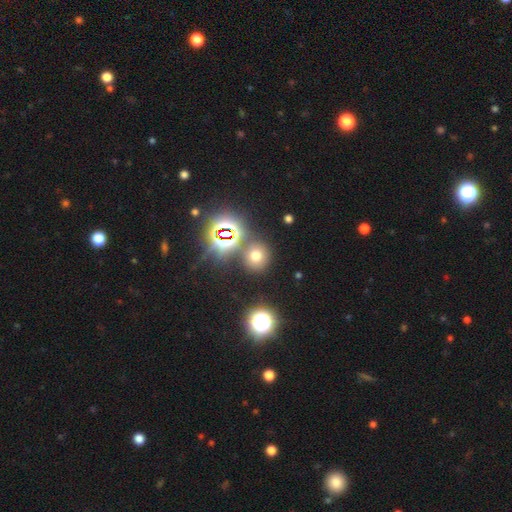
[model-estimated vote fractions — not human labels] Morphology: type=smooth (58%); roundness=round (87%); merging=none (79%).